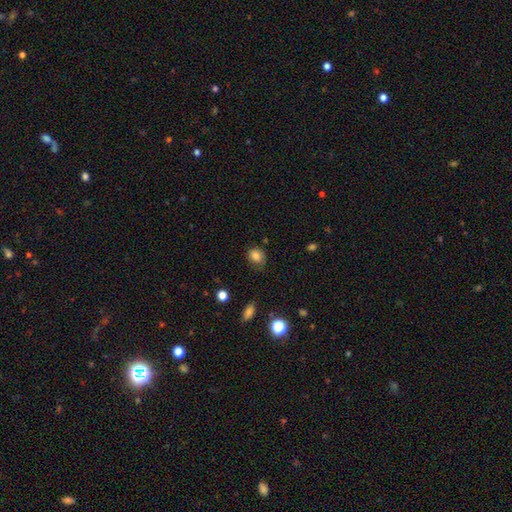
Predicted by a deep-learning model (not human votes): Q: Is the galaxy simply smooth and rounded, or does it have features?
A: smooth — 82%.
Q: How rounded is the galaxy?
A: round — 56%.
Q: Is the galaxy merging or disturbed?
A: none — 65%.